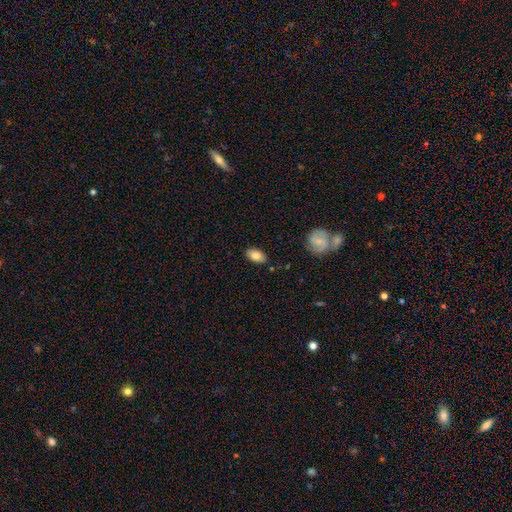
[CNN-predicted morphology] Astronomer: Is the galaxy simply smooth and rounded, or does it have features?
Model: smooth — 80%.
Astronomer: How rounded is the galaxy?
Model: in between — 89%.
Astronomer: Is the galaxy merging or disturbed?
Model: none — 84%.